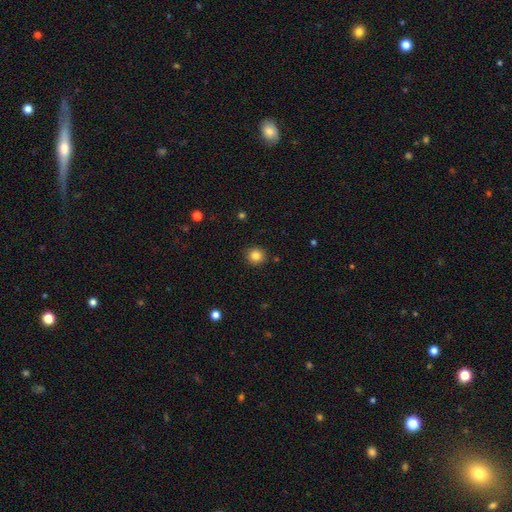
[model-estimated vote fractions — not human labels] A smooth galaxy with no disk features (84%) that is round (90%). Merging: none (90%).